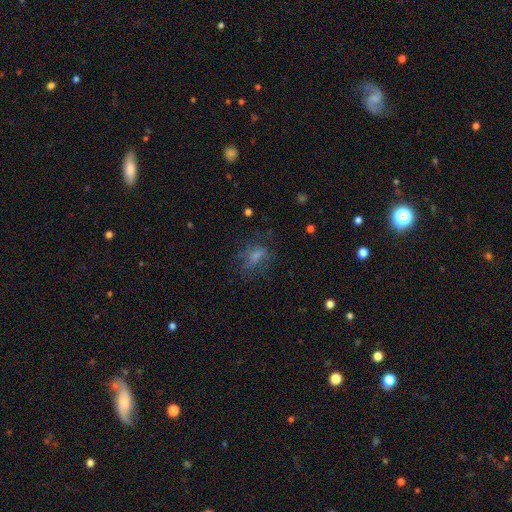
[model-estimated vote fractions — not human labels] Morphology: type=smooth (53%); roundness=in between (70%); merging=none (51%).